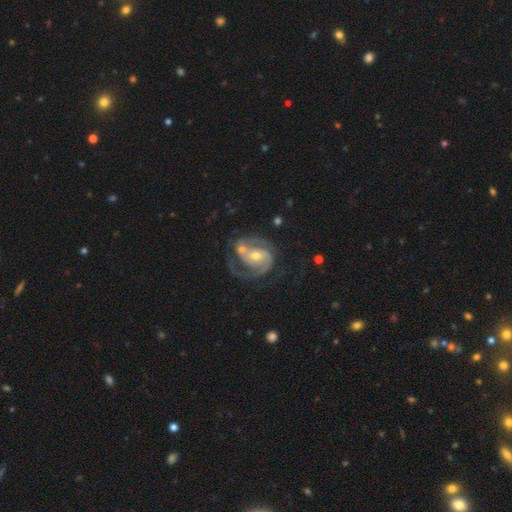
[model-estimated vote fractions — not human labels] The model was most divided on "spiral winding": medium: 47%, tight: 40%, loose: 13%. Remaining: edge-on disk — no (98%); spiral arms — yes (96%); smooth or featured — featured or disk (89%); spiral arm count — 2 (76%); bulge size — moderate (57%); bar — no (50%); merging — none (47%).